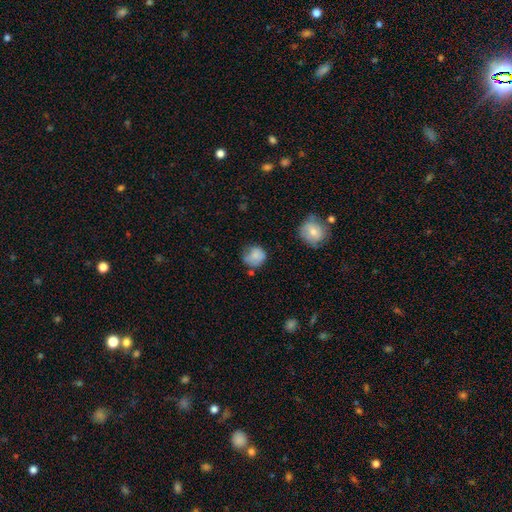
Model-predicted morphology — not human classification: smooth-or-featured: smooth: 80% | featured or disk: 11% | star or artifact: 8%
  how-rounded: round: 82% | in between: 17% | cigar-shaped: 1%
  merging: none: 56% | minor disturbance: 29% | major disturbance: 10% | merger: 5%